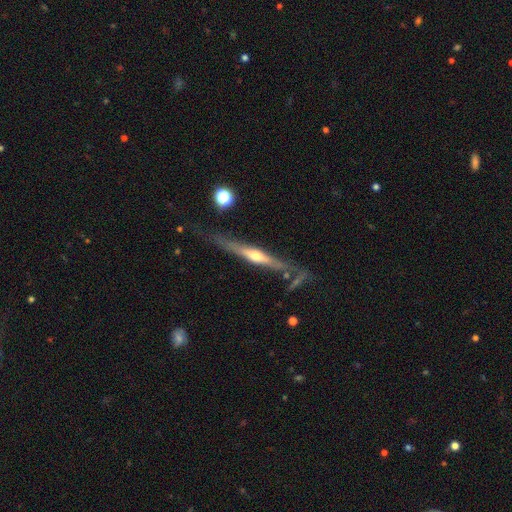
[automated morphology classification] The model was most divided on "smooth or featured": featured or disk: 72%, smooth: 22%, star or artifact: 6%. More confident: edge-on disk — yes (95%); edge-on bulge — rounded (84%); merging — none (72%).